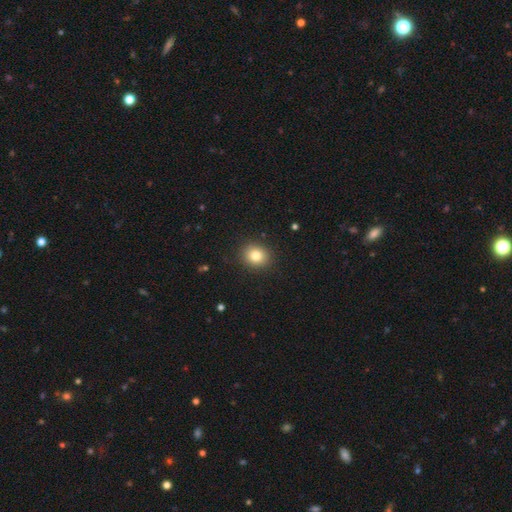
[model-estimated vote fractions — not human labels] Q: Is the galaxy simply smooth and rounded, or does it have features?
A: smooth — 81%.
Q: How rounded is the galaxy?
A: round — 73%.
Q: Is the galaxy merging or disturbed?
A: none — 89%.